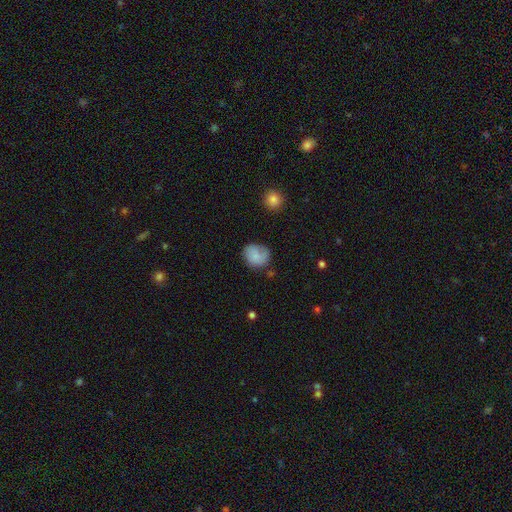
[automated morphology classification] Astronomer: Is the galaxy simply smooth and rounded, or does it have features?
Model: smooth — 76%.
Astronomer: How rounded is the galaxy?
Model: round — 70%.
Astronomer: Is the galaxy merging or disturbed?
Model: none — 62%.